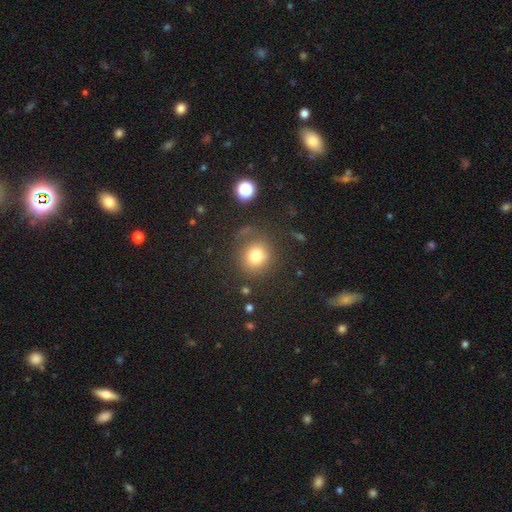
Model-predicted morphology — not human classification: Smooth or featured: smooth — 77% (star or artifact — 13%)
How rounded: round — 84% (in between — 15%)
Merging: none — 75% (minor disturbance — 14%)